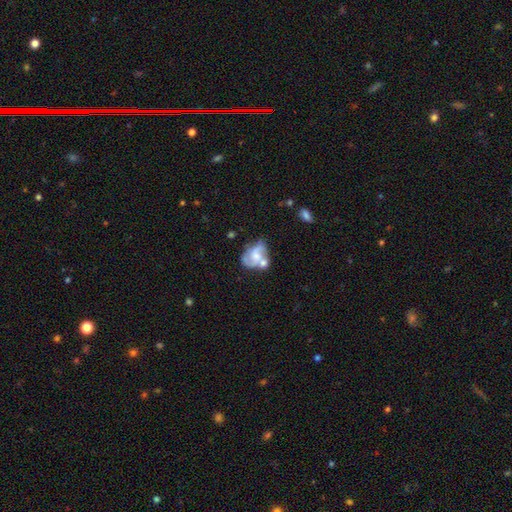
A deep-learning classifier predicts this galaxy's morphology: type=featured or disk (65%); edge-on=no (98%); bar=no (68%); spiral arms=yes (75%); bulge=moderate (40%); merging=merger (36%).